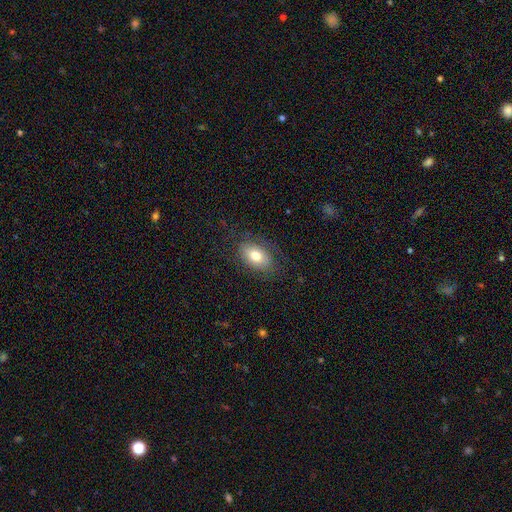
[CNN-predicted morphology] Q: Smooth or featured?
A: smooth (74%); runner-up: featured or disk (18%)
Q: How rounded?
A: in between (89%); runner-up: round (10%)
Q: Merging?
A: none (77%); runner-up: minor disturbance (14%)